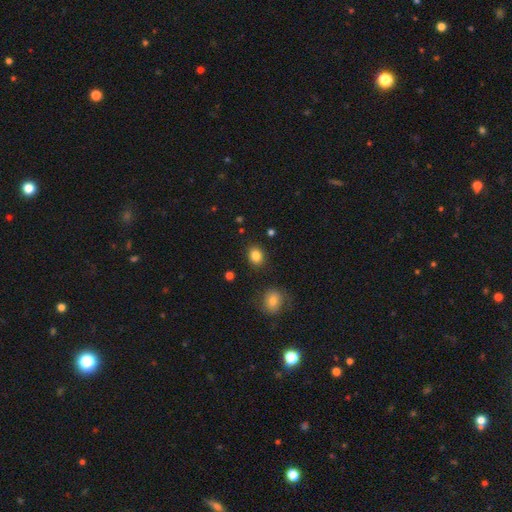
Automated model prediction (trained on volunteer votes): Smooth or featured?
  - smooth: 84% *
  - star or artifact: 11%
  - featured or disk: 6%
How rounded?
  - round: 55% *
  - in between: 44%
  - cigar-shaped: 1%
Merging?
  - none: 88% *
  - minor disturbance: 8%
  - major disturbance: 2%
  - merger: 2%